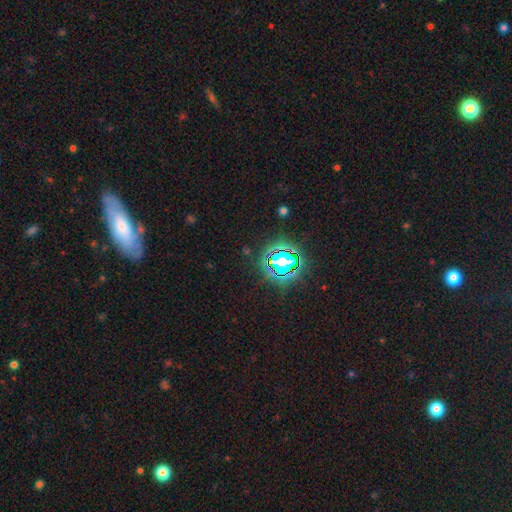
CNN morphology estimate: A star or artifact, not a galaxy (73%).

Vote fractions:
- Smooth or featured? star or artifact: 73% / smooth: 16% / featured or disk: 11%